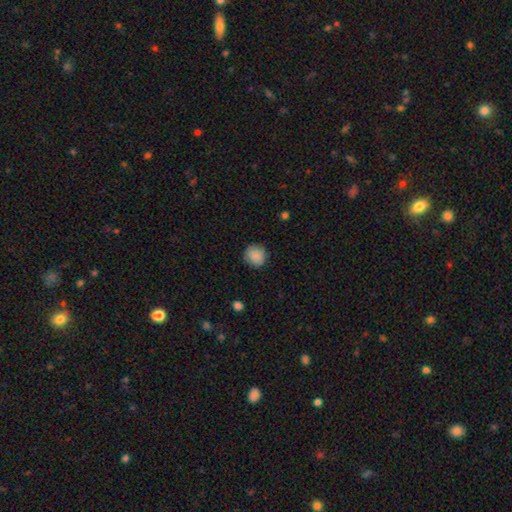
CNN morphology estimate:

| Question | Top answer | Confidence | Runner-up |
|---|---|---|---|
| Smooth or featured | smooth | 88% | star or artifact (8%) |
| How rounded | round | 91% | in between (8%) |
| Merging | none | 87% | minor disturbance (10%) |